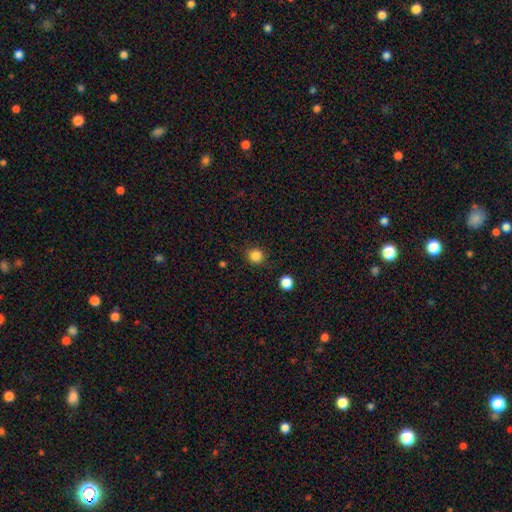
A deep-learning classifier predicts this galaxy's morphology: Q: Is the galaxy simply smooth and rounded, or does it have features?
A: smooth — 85%.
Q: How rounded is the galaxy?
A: round — 91%.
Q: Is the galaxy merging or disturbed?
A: none — 88%.